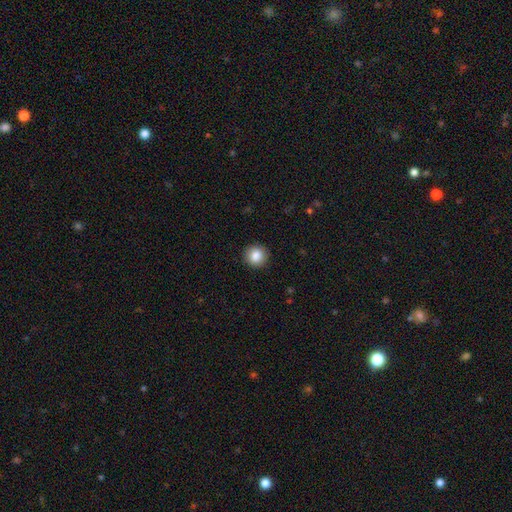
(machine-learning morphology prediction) Smooth or featured? Predicted: smooth (p=0.86). How rounded? Predicted: round (p=0.94). Merging? Predicted: none (p=0.92).